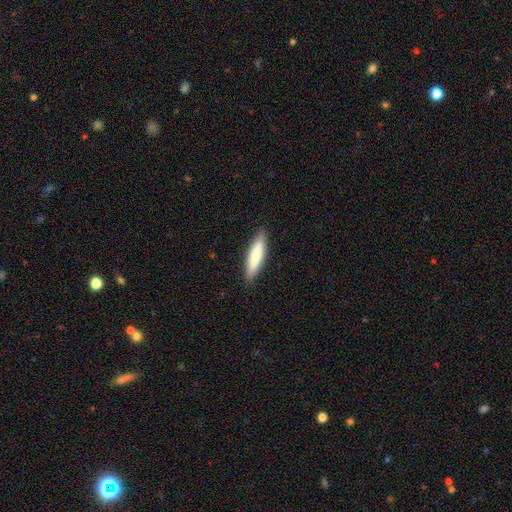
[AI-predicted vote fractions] A smooth galaxy with no disk features (74%) that is cigar-shaped (77%). Merging: none (89%).